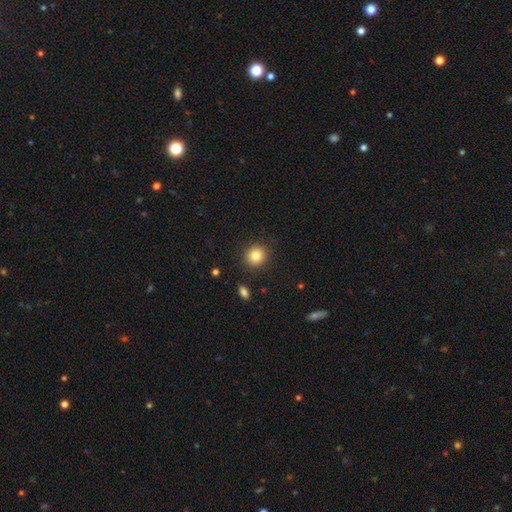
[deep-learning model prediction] Overall: smooth (83%). How rounded: round (90%). Merging: none (90%).